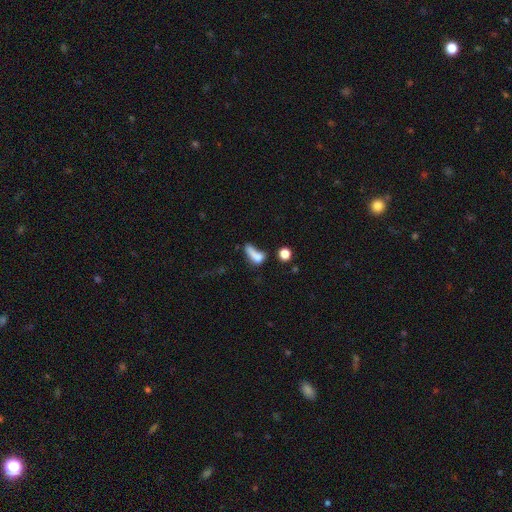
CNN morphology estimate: Smooth or featured?
  - smooth: 67% *
  - featured or disk: 19%
  - star or artifact: 14%
How rounded?
  - in between: 59% *
  - cigar-shaped: 25%
  - round: 16%
Merging?
  - merger: 31% *
  - major disturbance: 27%
  - none: 26%
  - minor disturbance: 17%